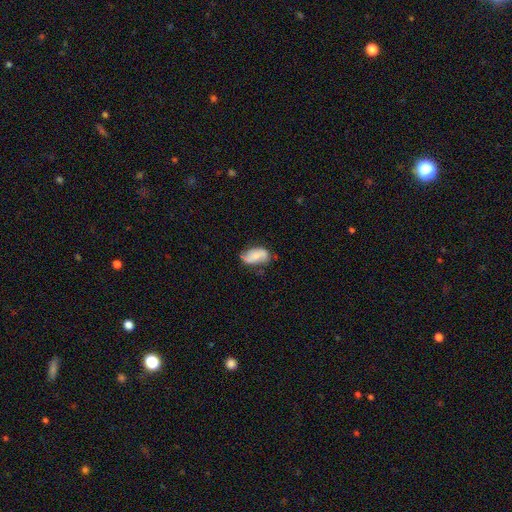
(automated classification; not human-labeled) A smooth galaxy with no disk features (52%) that is in between round and cigar-shaped (91%). Merging: none (58%).